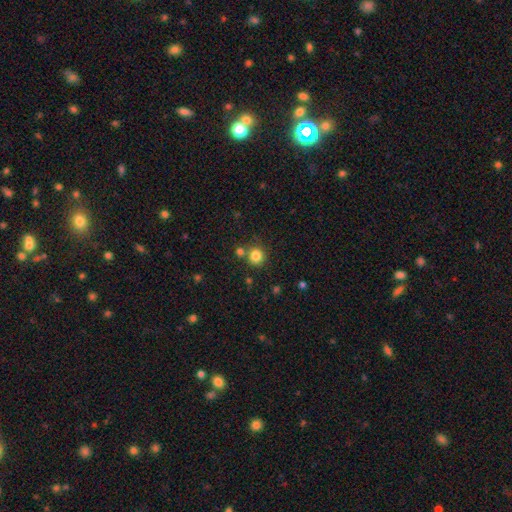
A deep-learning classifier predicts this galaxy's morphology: This is clearly a smooth galaxy (82%). How rounded: clearly round (91%). Merging: likely none (75%).